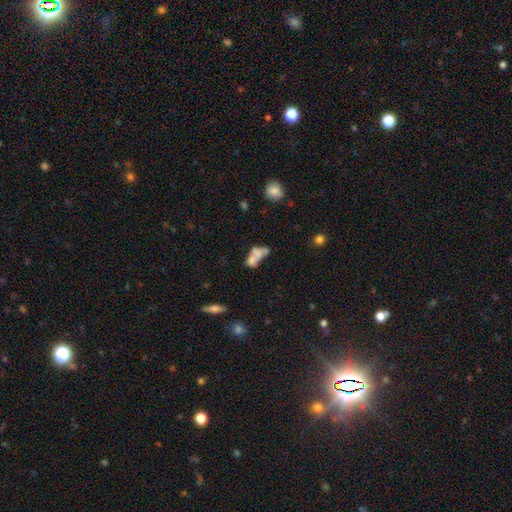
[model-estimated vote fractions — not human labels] smooth_or_featured: smooth (p=0.56) [alt: featured or disk p=0.32]
how_rounded: in between (p=0.76) [alt: round p=0.14]
merging: merger (p=0.55) [alt: none p=0.21]